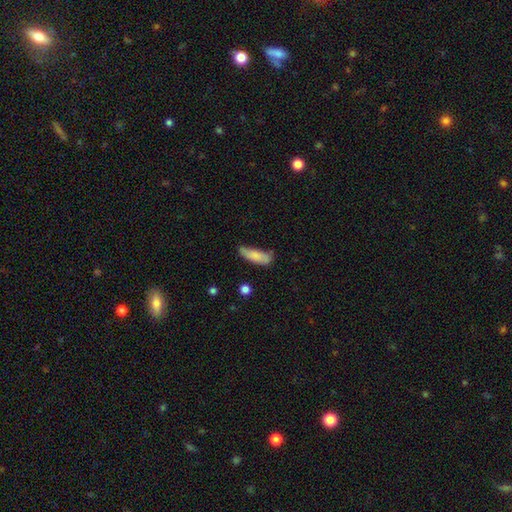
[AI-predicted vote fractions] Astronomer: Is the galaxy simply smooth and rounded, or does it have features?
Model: smooth — 81%.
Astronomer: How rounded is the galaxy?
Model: in between — 56% (runner-up: cigar-shaped, 42%).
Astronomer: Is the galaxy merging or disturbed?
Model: none — 52% (runner-up: minor disturbance, 35%).